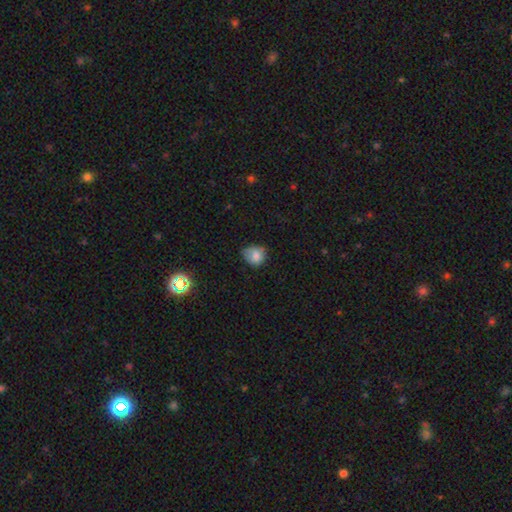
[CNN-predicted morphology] smooth-or-featured: smooth: 78% | featured or disk: 11% | star or artifact: 11%
  how-rounded: round: 68% | in between: 31% | cigar-shaped: 1%
  merging: none: 51% | minor disturbance: 38% | major disturbance: 9% | merger: 2%